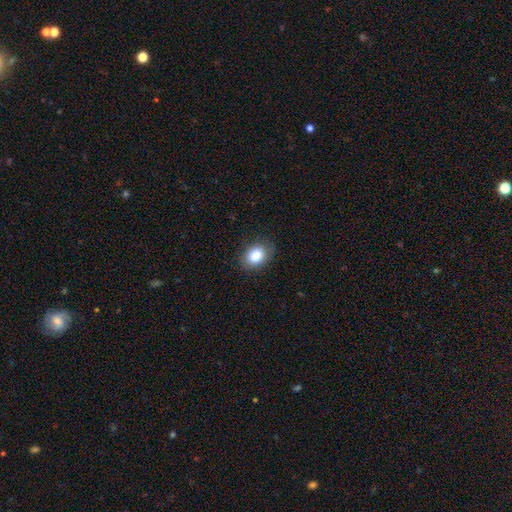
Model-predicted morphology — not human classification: The model was most divided on "how rounded": in between: 71%, round: 28%, cigar-shaped: 1%. More confident: merging — none (84%); smooth or featured — smooth (84%).